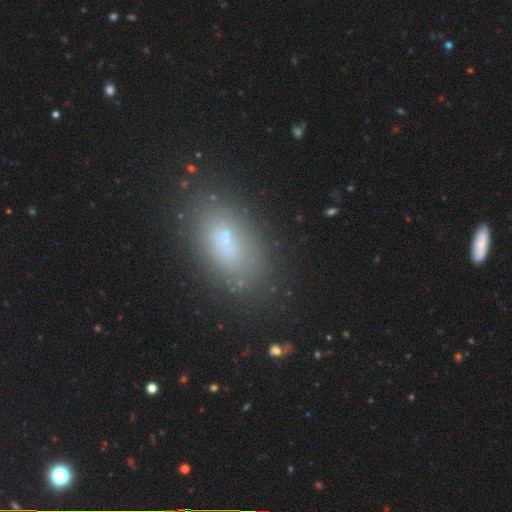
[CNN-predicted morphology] type=smooth (54%); roundness=in between (89%); merging=none (81%).